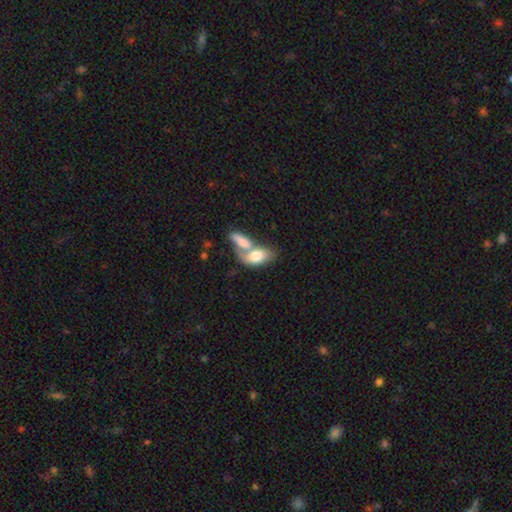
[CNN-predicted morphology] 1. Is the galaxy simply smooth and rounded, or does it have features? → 72% smooth, 22% featured or disk, 6% star or artifact.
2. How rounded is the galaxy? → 88% in between, 6% cigar-shaped, 6% round.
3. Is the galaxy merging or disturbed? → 69% merger, 18% none, 7% minor disturbance, 6% major disturbance.